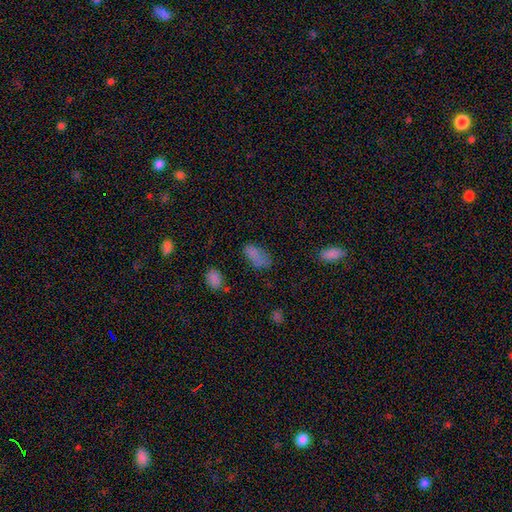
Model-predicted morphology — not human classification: smooth-or-featured: smooth: 74% | star or artifact: 16% | featured or disk: 10%
  how-rounded: in between: 90% | cigar-shaped: 5% | round: 5%
  merging: none: 52% | minor disturbance: 28% | major disturbance: 14% | merger: 6%